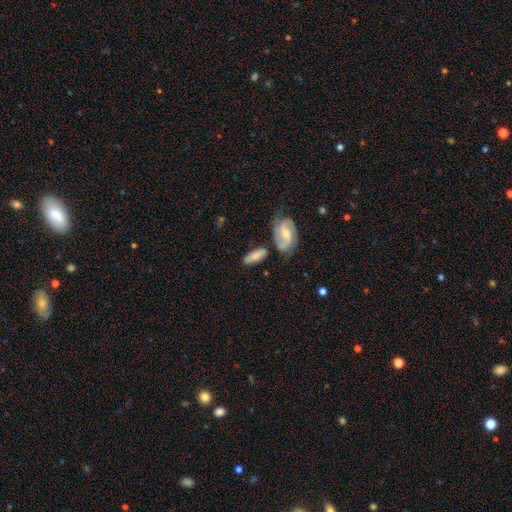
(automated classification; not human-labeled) A smooth galaxy with no disk features (65%) that is in between round and cigar-shaped (73%). Merging: none (61%).